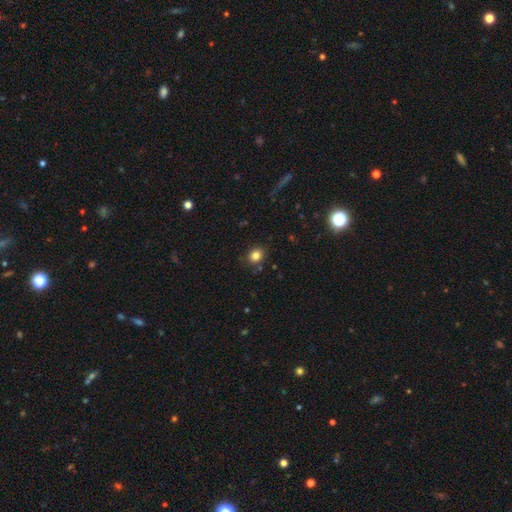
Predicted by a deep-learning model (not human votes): This is clearly a smooth galaxy (82%). How rounded: likely round (66%). Merging: clearly none (85%).